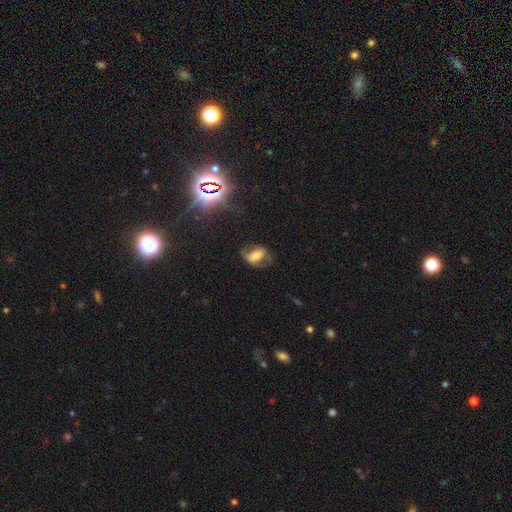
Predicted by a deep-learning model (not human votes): Morphology: type=featured or disk (44%); merging=none (55%).